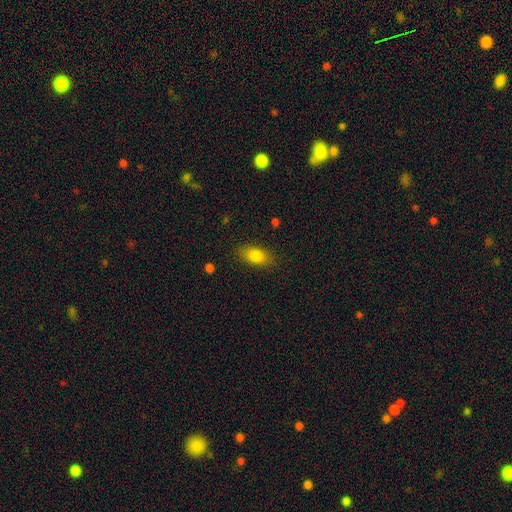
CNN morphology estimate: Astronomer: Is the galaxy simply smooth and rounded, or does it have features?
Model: smooth — 82%.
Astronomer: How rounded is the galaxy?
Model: in between — 85%.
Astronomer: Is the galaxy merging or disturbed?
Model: none — 85%.